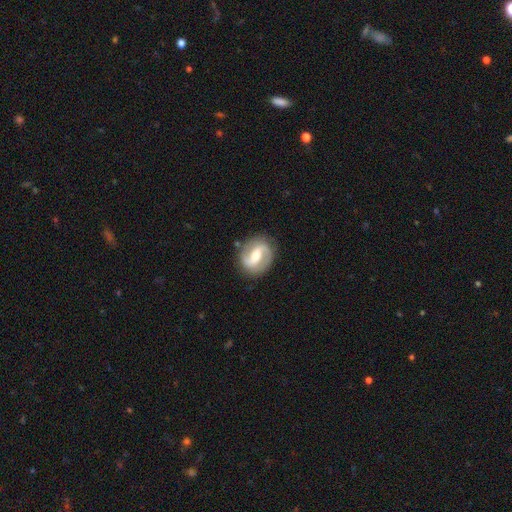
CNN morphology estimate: type=featured or disk (83%); edge-on=no (97%); bar=strong (44%); spiral arms=yes (92%); winding=medium (49%); arm count=2 (91%); bulge=moderate (67%); merging=none (85%).